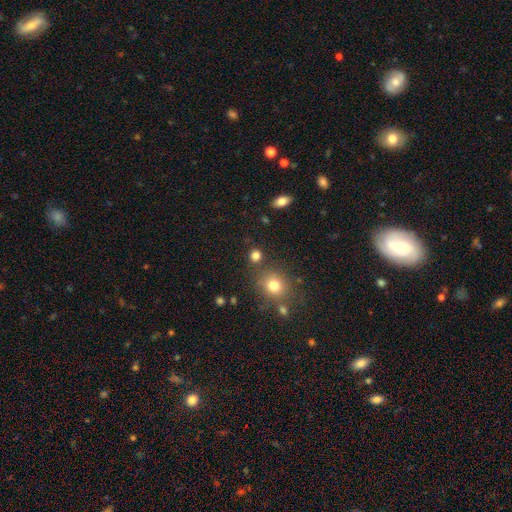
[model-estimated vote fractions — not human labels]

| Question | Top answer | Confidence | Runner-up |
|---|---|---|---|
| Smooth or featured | smooth | 80% | star or artifact (15%) |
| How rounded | round | 83% | in between (16%) |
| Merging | none | 79% | minor disturbance (9%) |